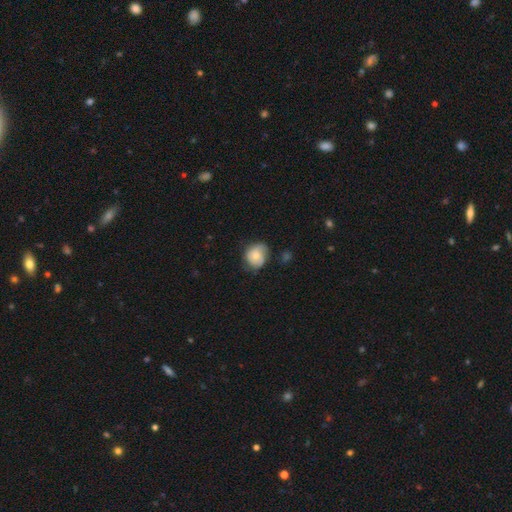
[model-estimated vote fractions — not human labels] smooth_or_featured: smooth (p=0.60) [alt: featured or disk p=0.33]
how_rounded: round (p=0.67) [alt: in between p=0.32]
merging: none (p=0.52) [alt: minor disturbance p=0.34]